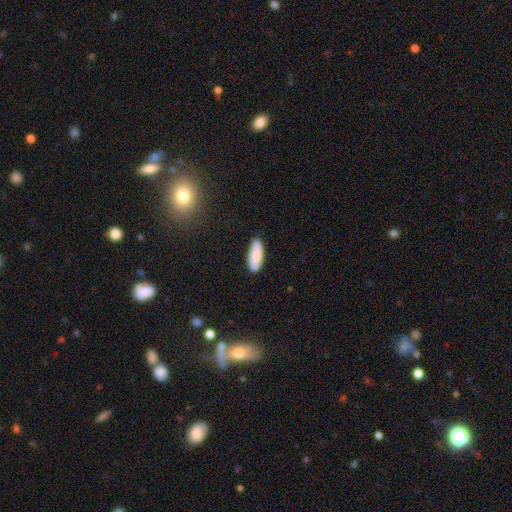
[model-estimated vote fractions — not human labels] smooth-or-featured: smooth: 80% | featured or disk: 14% | star or artifact: 6%
  how-rounded: in between: 69% | cigar-shaped: 29% | round: 2%
  merging: none: 85% | minor disturbance: 11% | major disturbance: 2% | merger: 1%